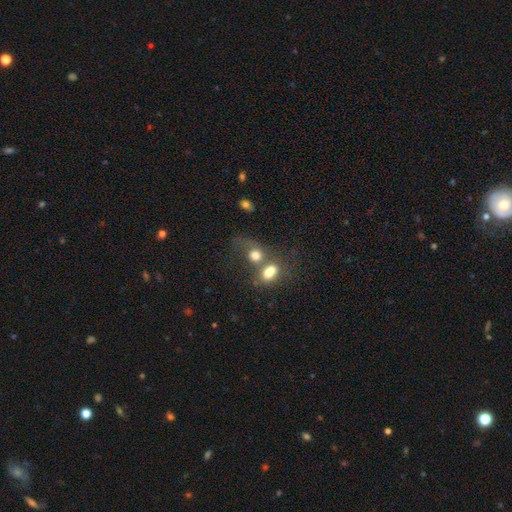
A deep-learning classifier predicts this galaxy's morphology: smooth 71%, featured or disk 17%, star or artifact 12%. Down the decision tree: how rounded — in between (56%); merging — merger (60%).